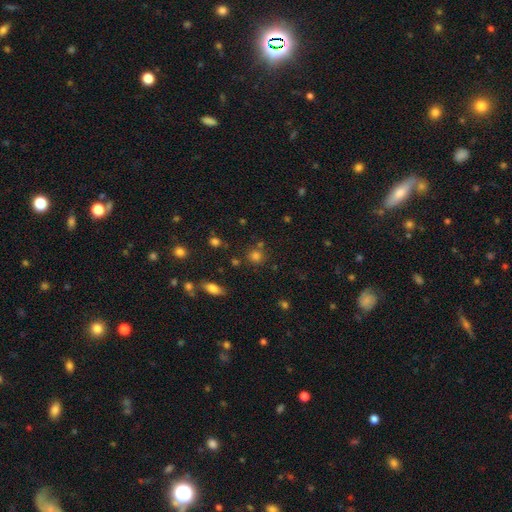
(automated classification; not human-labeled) Overall: smooth (75%). How rounded: round (88%). Merging: none (74%).